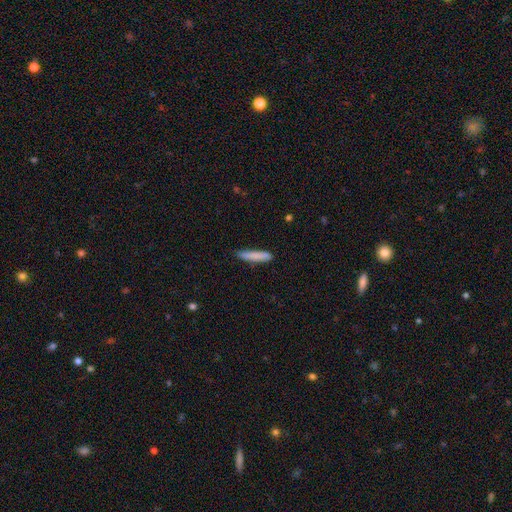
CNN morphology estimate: Smooth or featured: smooth — 83% (featured or disk — 11%)
How rounded: cigar-shaped — 90% (in between — 9%)
Merging: none — 80% (minor disturbance — 15%)